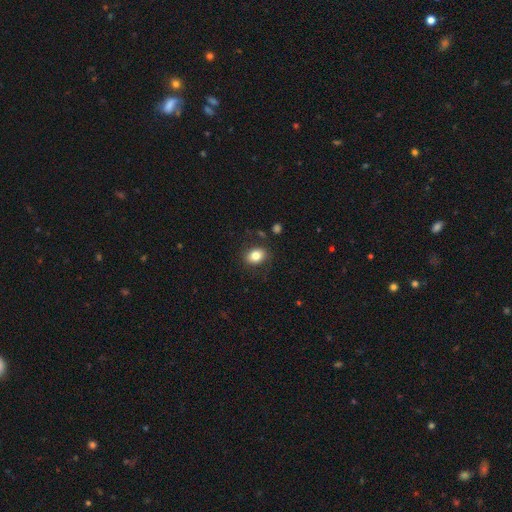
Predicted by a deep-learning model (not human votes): smooth-or-featured: smooth: 82% | star or artifact: 9% | featured or disk: 9%
  how-rounded: in between: 61% | round: 38% | cigar-shaped: 1%
  merging: none: 84% | minor disturbance: 11% | major disturbance: 3% | merger: 2%